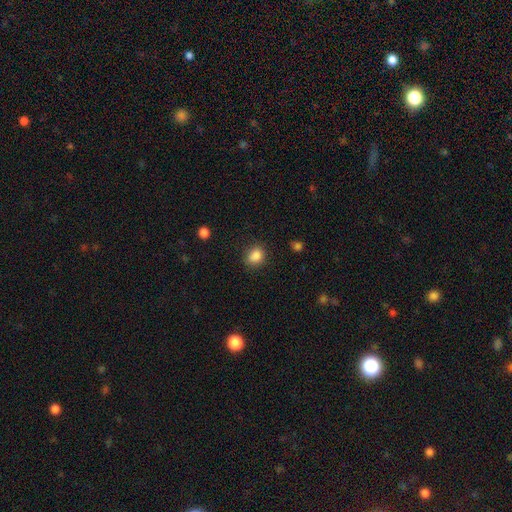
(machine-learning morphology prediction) The model was most divided on "how rounded": round: 55%, in between: 44%, cigar-shaped: 1%. More confident: smooth or featured — smooth (85%); merging — none (79%).